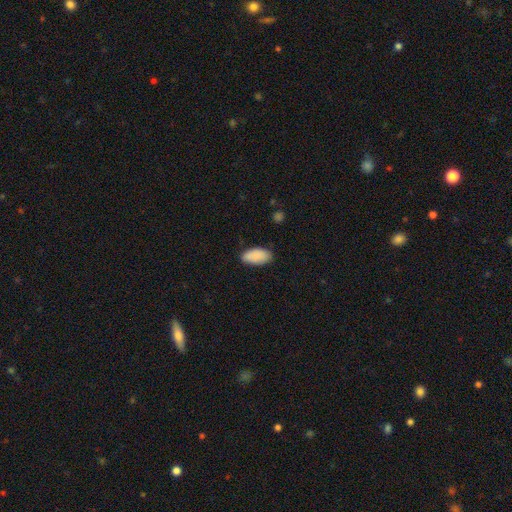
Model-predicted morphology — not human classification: This appears to be a smooth galaxy with no disk features (89%) that is in between round and cigar-shaped (94%). Merging: none (82%).